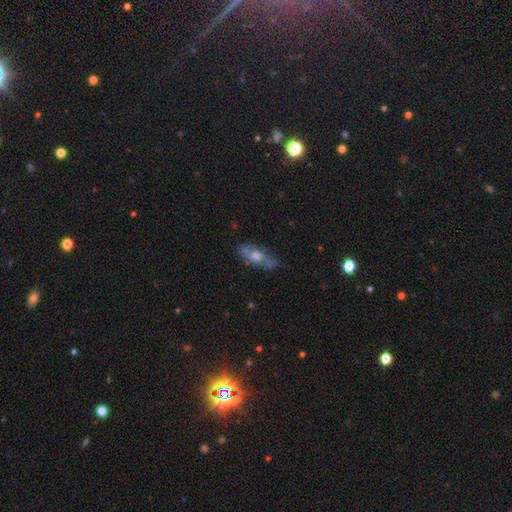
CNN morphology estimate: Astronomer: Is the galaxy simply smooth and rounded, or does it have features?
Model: featured or disk — 55% (runner-up: smooth, 36%).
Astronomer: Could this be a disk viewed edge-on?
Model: no — 63%.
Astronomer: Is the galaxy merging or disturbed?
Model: none — 76%.